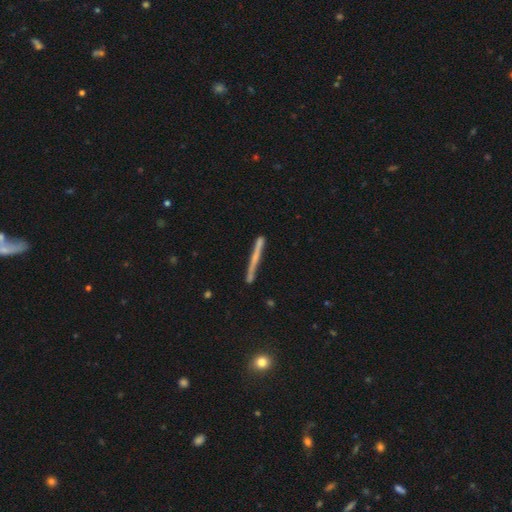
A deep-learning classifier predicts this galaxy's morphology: Smooth or featured: featured or disk — 48% (smooth — 45%)
Merging: none — 83% (minor disturbance — 11%)